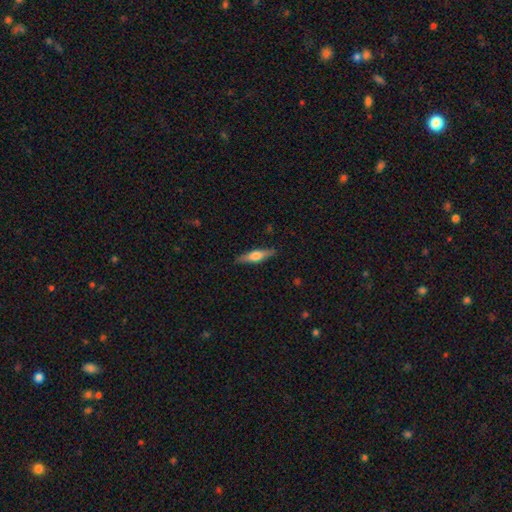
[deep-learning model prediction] Smooth or featured: featured or disk — 53% (smooth — 41%)
Edge-on disk: yes — 95% (no — 5%)
Edge-on bulge: rounded — 89% (boxy — 8%)
Merging: none — 87% (minor disturbance — 9%)